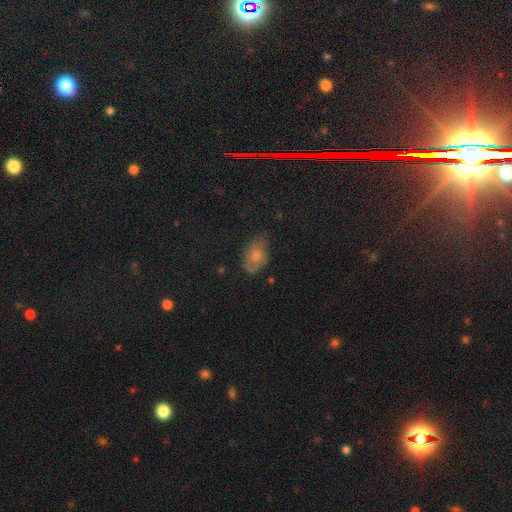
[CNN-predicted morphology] smooth 69%, featured or disk 18%, star or artifact 13%. Down the decision tree: how rounded — in between (85%); merging — none (51%).